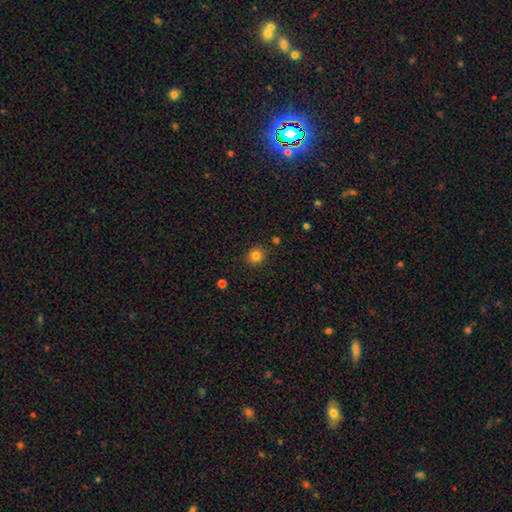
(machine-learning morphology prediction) smooth 83%, star or artifact 13%, featured or disk 5%. Down the decision tree: how rounded — round (87%); merging — none (90%).